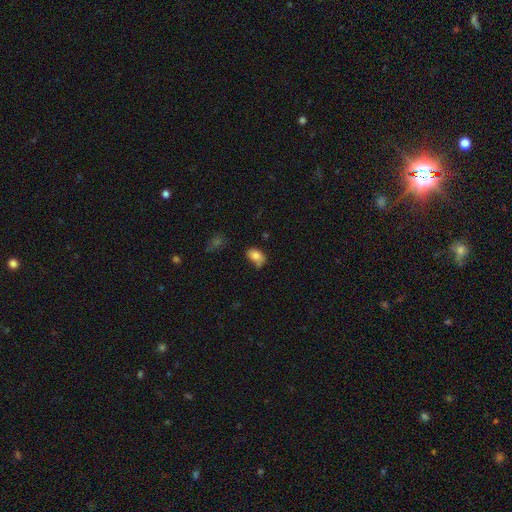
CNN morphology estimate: Smooth or featured? Predicted: smooth (p=0.81). How rounded? Predicted: in between (p=0.87). Merging? Predicted: none (p=0.55).